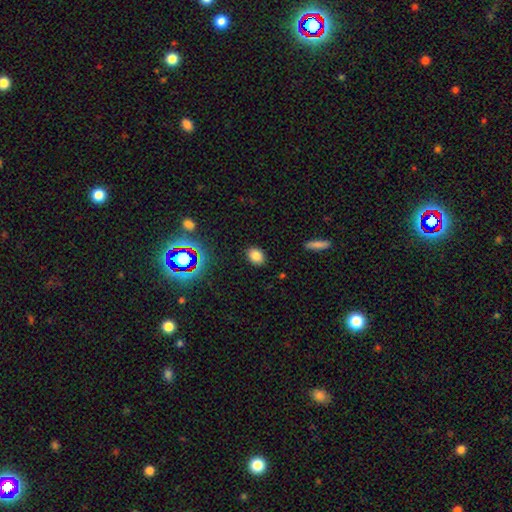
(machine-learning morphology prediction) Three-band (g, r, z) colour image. It shows a smooth galaxy with no disk features (79%) that is in between round and cigar-shaped (65%). Merging: none (88%).